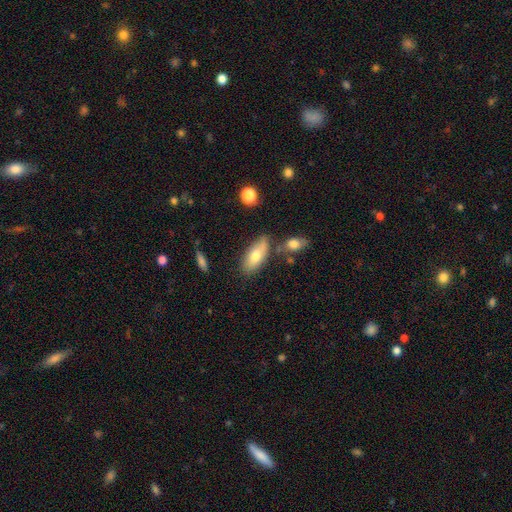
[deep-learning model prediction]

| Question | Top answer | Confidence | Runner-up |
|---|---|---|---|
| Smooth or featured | smooth | 73% | featured or disk (20%) |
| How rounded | in between | 86% | cigar-shaped (11%) |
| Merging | none | 67% | minor disturbance (19%) |